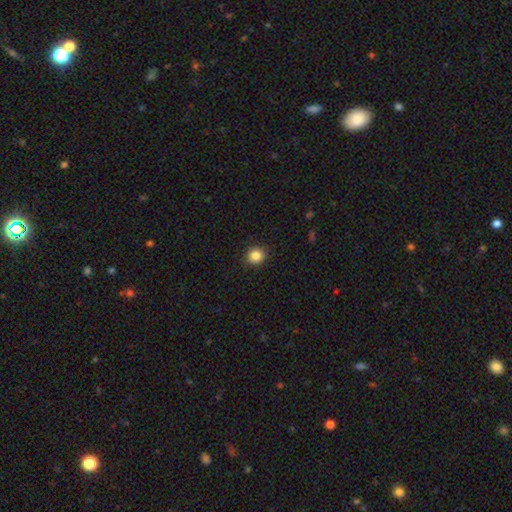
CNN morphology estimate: smooth-or-featured: smooth: 85% | star or artifact: 10% | featured or disk: 4%
  how-rounded: round: 86% | in between: 13% | cigar-shaped: 1%
  merging: none: 91% | minor disturbance: 6% | major disturbance: 2% | merger: 1%